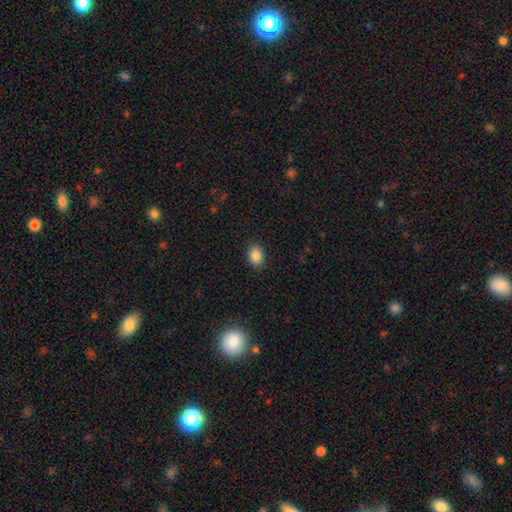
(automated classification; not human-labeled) Smooth or featured? Predicted: smooth (p=0.87). How rounded? Predicted: in between (p=0.72). Merging? Predicted: none (p=0.89).